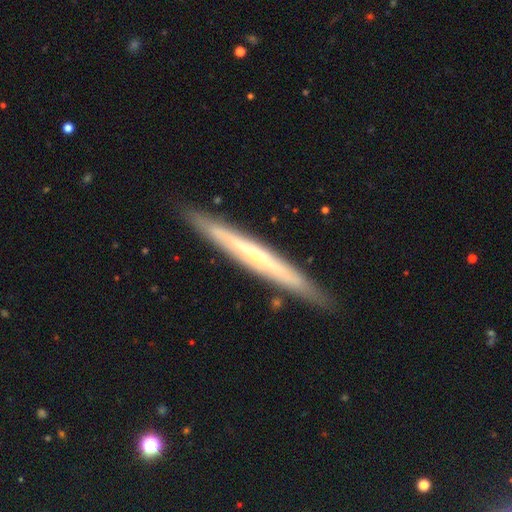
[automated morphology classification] Overall: featured or disk (70%). Edge-on disk: yes (93%). Edge-on bulge: rounded (50%; none 46%). Merging: none (89%).